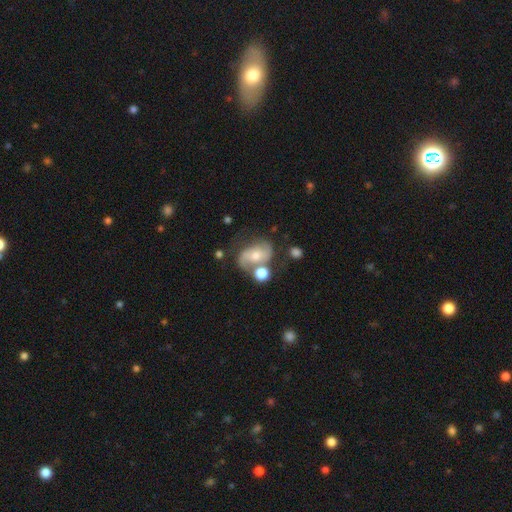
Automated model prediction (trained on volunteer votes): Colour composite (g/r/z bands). It shows a featured or disk galaxy (63%) with no bar (57%), 2 (85%) medium (43%) spiral arms (83%) and a moderate central bulge (51%). Merging: none (49%).